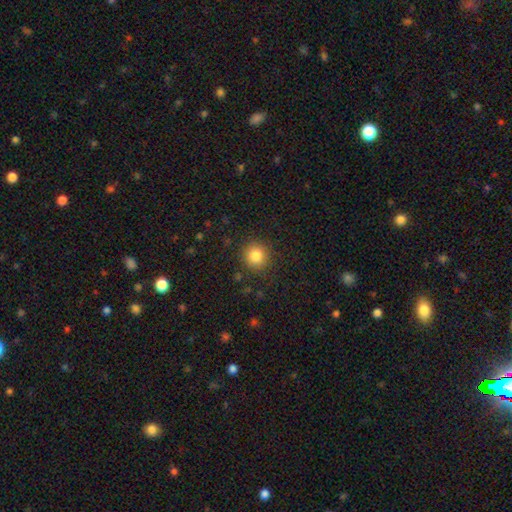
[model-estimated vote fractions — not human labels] smooth 84%, star or artifact 11%, featured or disk 5%. Down the decision tree: how rounded — round (92%); merging — none (88%).